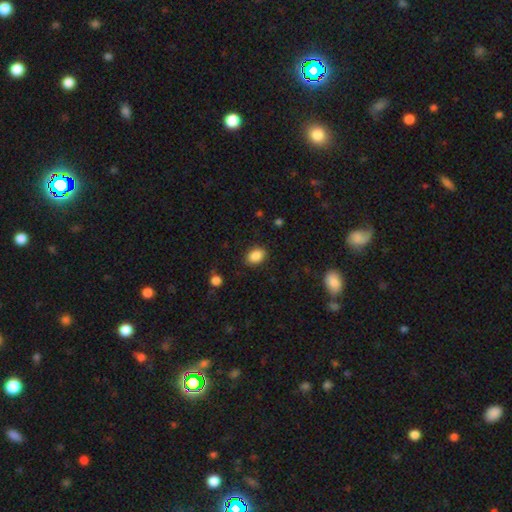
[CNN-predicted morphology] type=smooth (87%); roundness=in between (76%); merging=none (86%).